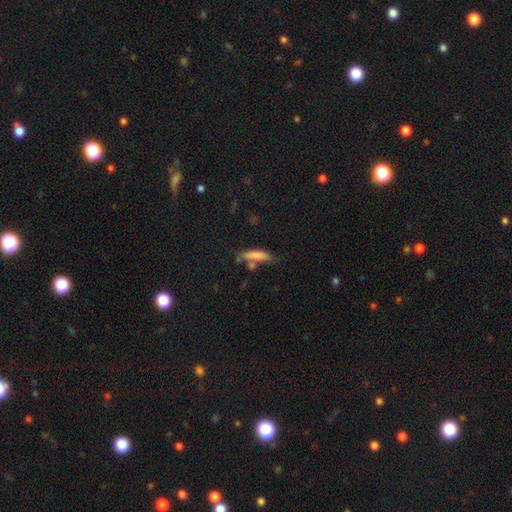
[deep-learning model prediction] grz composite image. It shows a smooth galaxy with no disk features (77%) that is cigar-shaped (74%). Merging: none (58%).